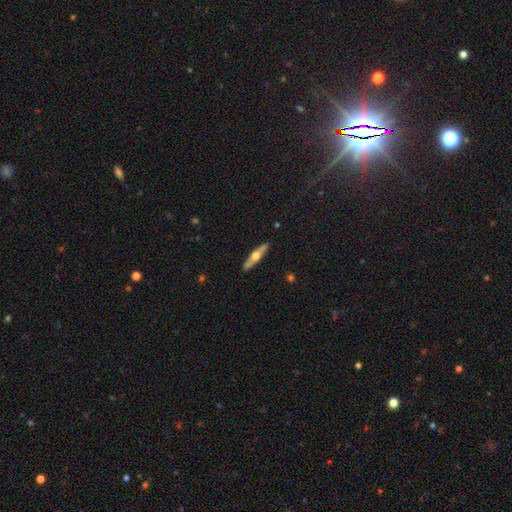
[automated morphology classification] Smooth or featured? Predicted: featured or disk (p=0.63). Edge-on disk? Predicted: yes (p=0.95). Edge-on bulge? Predicted: rounded (p=0.95). Merging? Predicted: none (p=0.91).